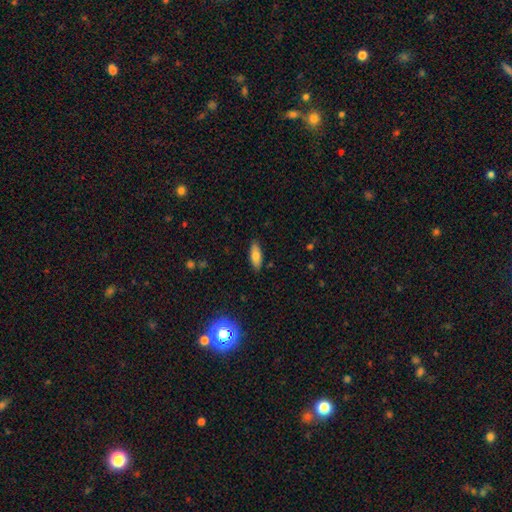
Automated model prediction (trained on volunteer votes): This is likely a smooth galaxy (75%). How rounded: likely in between (76%). Merging: clearly none (87%).